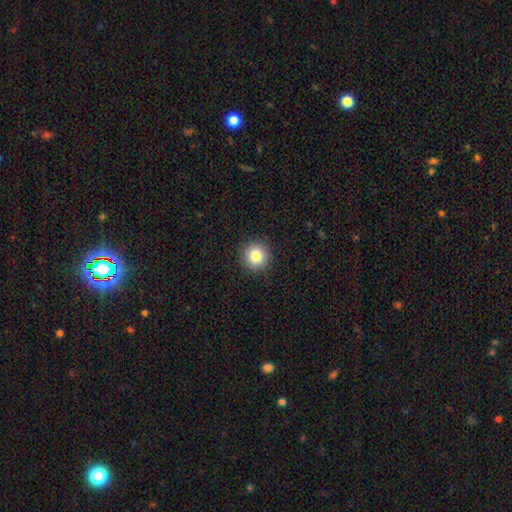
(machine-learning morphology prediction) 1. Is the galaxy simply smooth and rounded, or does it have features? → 83% smooth, 10% star or artifact, 7% featured or disk.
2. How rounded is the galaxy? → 94% round, 5% in between, 1% cigar-shaped.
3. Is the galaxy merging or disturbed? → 91% none, 6% minor disturbance, 2% major disturbance, 1% merger.